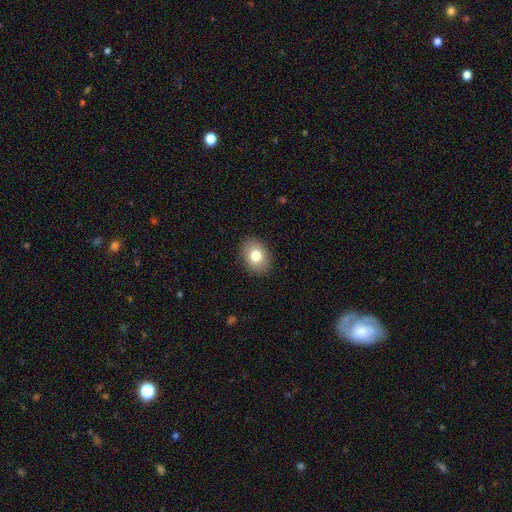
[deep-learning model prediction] smooth_or_featured: smooth (p=0.78) [alt: featured or disk p=0.14]
how_rounded: in between (p=0.69) [alt: round p=0.30]
merging: none (p=0.89) [alt: minor disturbance p=0.08]